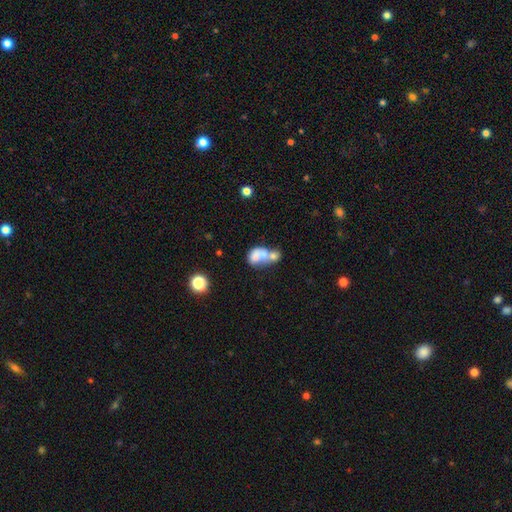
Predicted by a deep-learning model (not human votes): Overall: smooth (61%; featured or disk 29%). How rounded: in between (64%; round 34%). Merging: merger (71%).